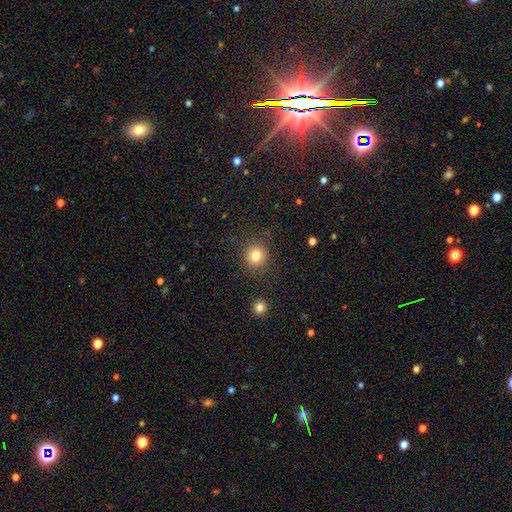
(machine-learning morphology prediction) Smooth or featured?
  - smooth: 80% *
  - star or artifact: 13%
  - featured or disk: 7%
How rounded?
  - round: 91% *
  - in between: 8%
  - cigar-shaped: 1%
Merging?
  - none: 87% *
  - minor disturbance: 8%
  - major disturbance: 3%
  - merger: 2%